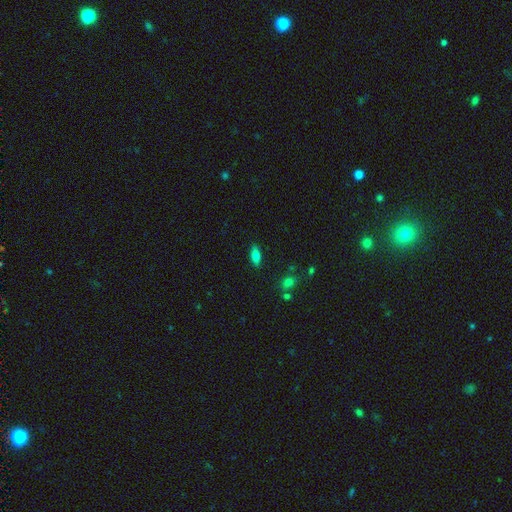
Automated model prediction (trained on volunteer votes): The model was most divided on "how rounded": in between: 74%, cigar-shaped: 23%, round: 3%. More confident: merging — none (85%); smooth or featured — smooth (77%).